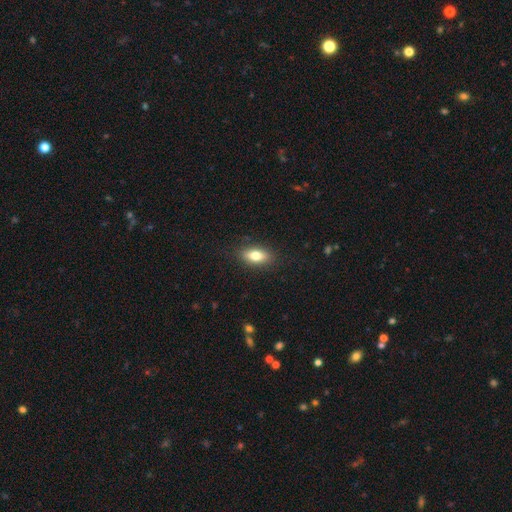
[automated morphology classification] Smooth or featured: smooth — 77% (featured or disk — 16%)
How rounded: in between — 82% (cigar-shaped — 13%)
Merging: none — 87% (minor disturbance — 10%)